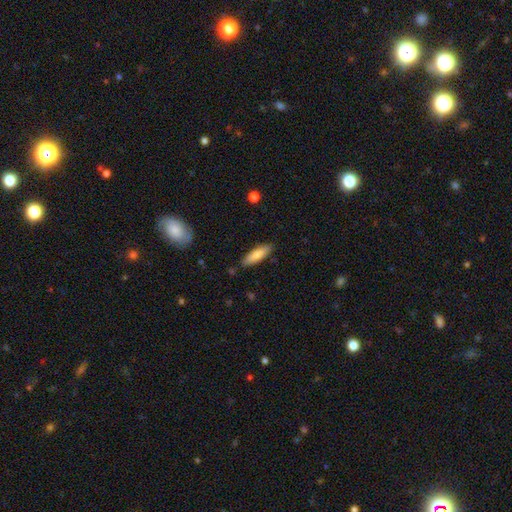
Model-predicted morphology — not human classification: Smooth or featured? Predicted: smooth (p=0.77). How rounded? Predicted: cigar-shaped (p=0.56). Merging? Predicted: none (p=0.85).